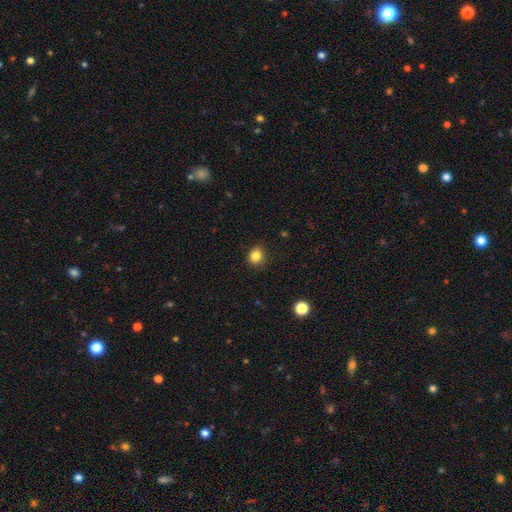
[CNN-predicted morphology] This appears to be a smooth galaxy with no disk features (84%) that is round (77%). Merging: none (89%).